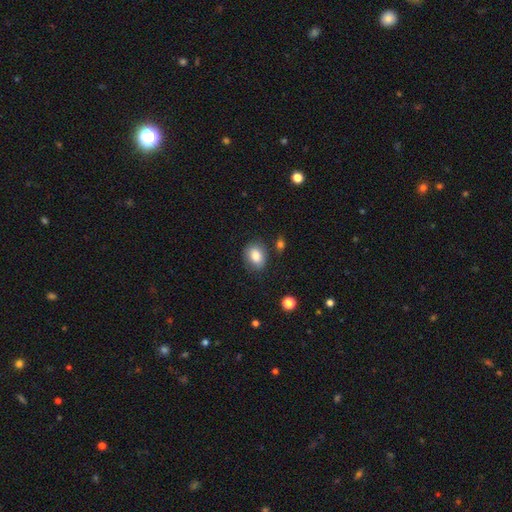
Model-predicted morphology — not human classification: smooth_or_featured: smooth (p=0.83) [alt: featured or disk p=0.09]
how_rounded: in between (p=0.62) [alt: round p=0.37]
merging: none (p=0.76) [alt: minor disturbance p=0.17]